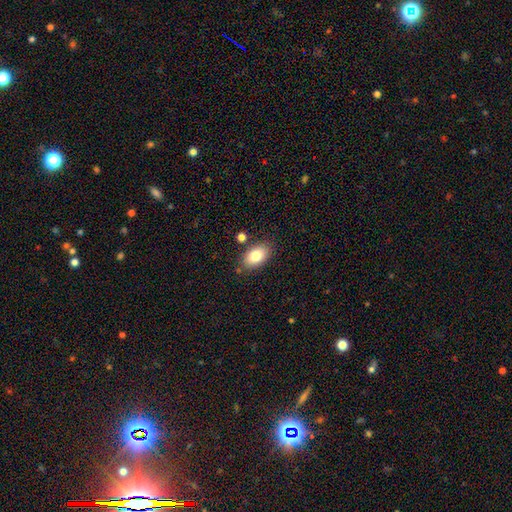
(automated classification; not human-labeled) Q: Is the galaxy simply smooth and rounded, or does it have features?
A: smooth — 82%.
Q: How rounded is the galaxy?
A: in between — 91%.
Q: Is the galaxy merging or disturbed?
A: none — 81%.